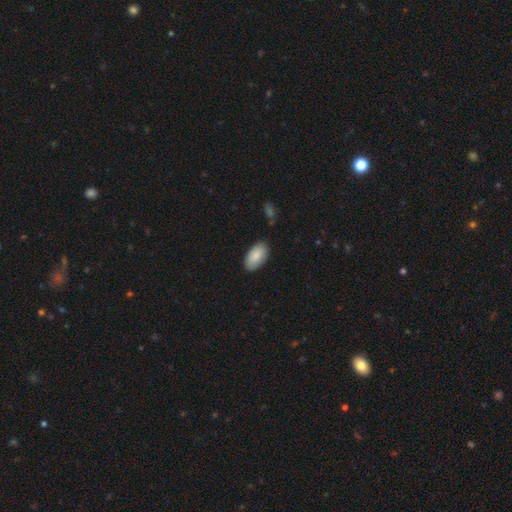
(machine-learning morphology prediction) smooth_or_featured: smooth (p=0.86) [alt: featured or disk p=0.08]
how_rounded: in between (p=0.96) [alt: round p=0.03]
merging: none (p=0.84) [alt: minor disturbance p=0.13]